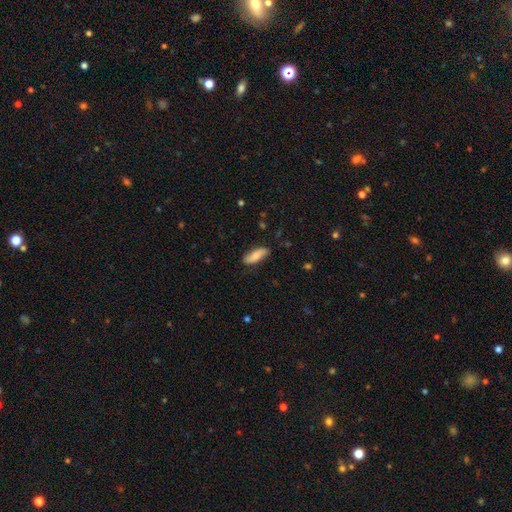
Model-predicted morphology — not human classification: The model was most divided on "how rounded": in between: 67%, cigar-shaped: 31%, round: 2%. More confident: merging — none (82%); smooth or featured — smooth (73%).